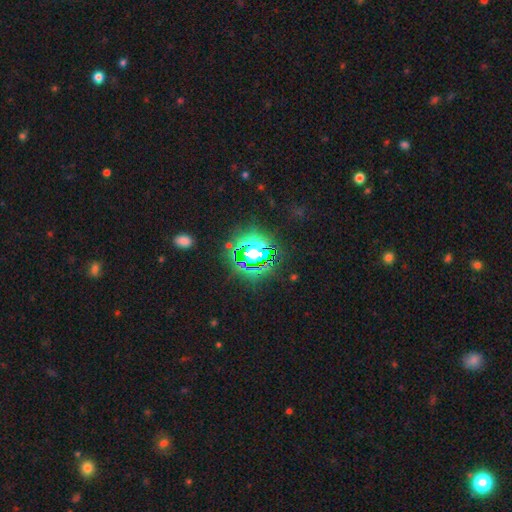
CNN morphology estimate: Q: Smooth or featured?
A: star or artifact (64%); runner-up: smooth (23%)